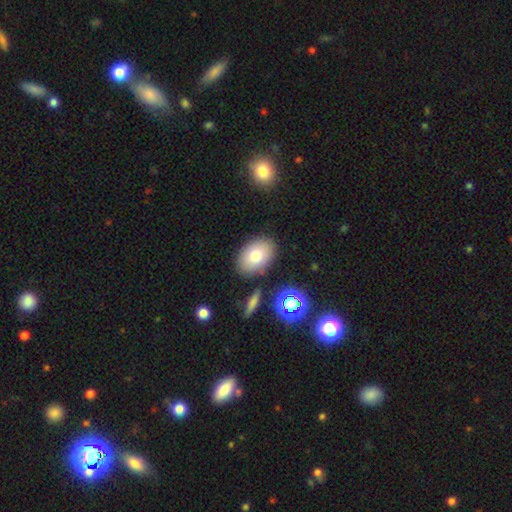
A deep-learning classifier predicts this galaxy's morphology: type=smooth (75%); roundness=in between (83%); merging=none (83%).